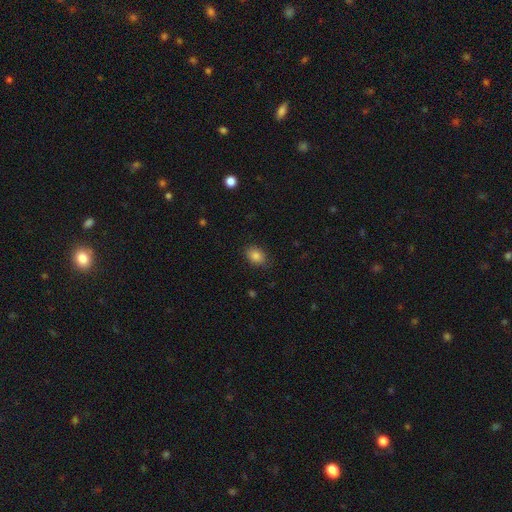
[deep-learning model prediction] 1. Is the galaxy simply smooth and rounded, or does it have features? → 86% smooth, 9% star or artifact, 5% featured or disk.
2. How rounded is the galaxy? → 75% in between, 24% round, 1% cigar-shaped.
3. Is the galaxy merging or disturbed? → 84% none, 12% minor disturbance, 3% major disturbance, 1% merger.